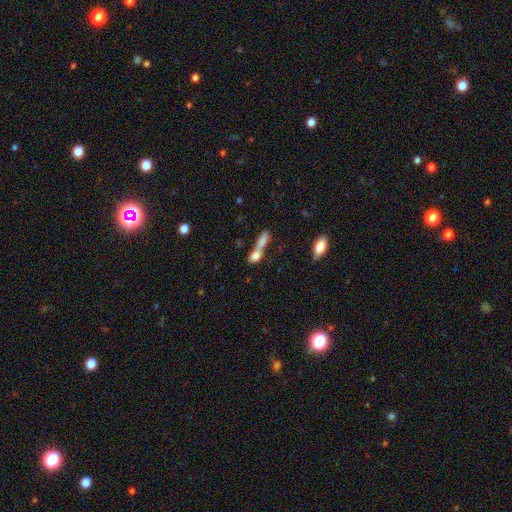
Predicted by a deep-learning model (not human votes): smooth_or_featured: smooth (p=0.74) [alt: featured or disk p=0.17]
how_rounded: in between (p=0.55) [alt: cigar-shaped p=0.25]
merging: merger (p=0.65) [alt: none p=0.21]